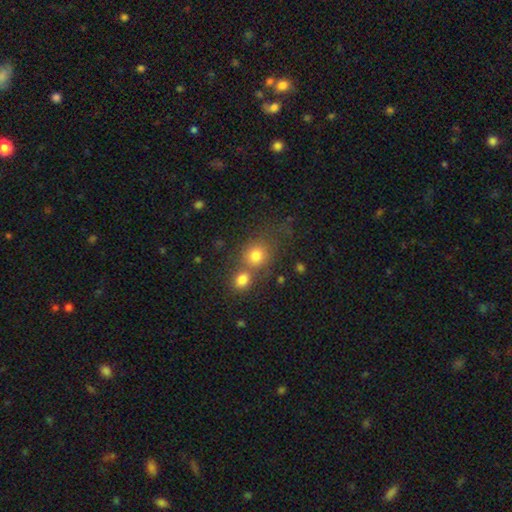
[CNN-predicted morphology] This appears to be a smooth galaxy with no disk features (77%) that is round (79%). Merging: none (46%).